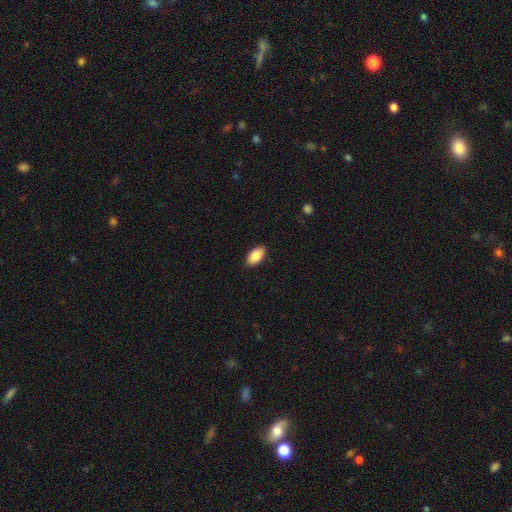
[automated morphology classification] This appears to be a smooth galaxy with no disk features (86%) that is in between round and cigar-shaped (94%). Merging: none (89%).